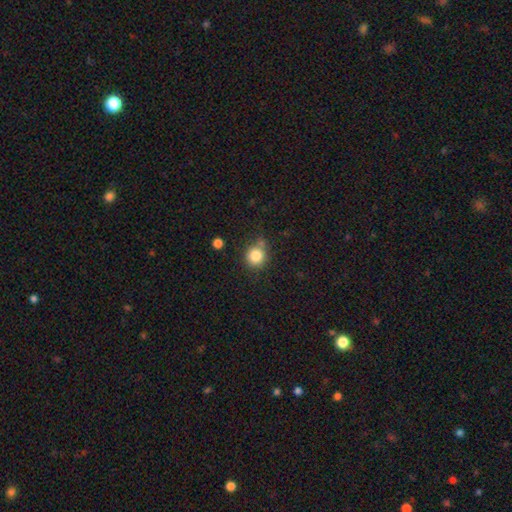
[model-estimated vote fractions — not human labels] This is clearly a smooth galaxy (83%). How rounded: clearly round (90%). Merging: likely none (73%).